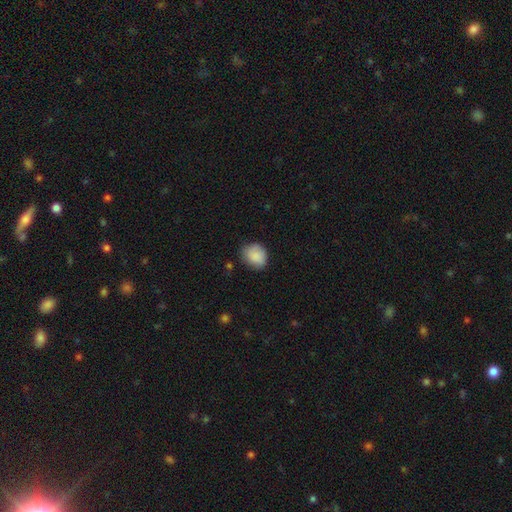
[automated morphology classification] smooth_or_featured: smooth (p=0.87) [alt: star or artifact p=0.07]
how_rounded: round (p=0.62) [alt: in between p=0.37]
merging: none (p=0.69) [alt: minor disturbance p=0.25]